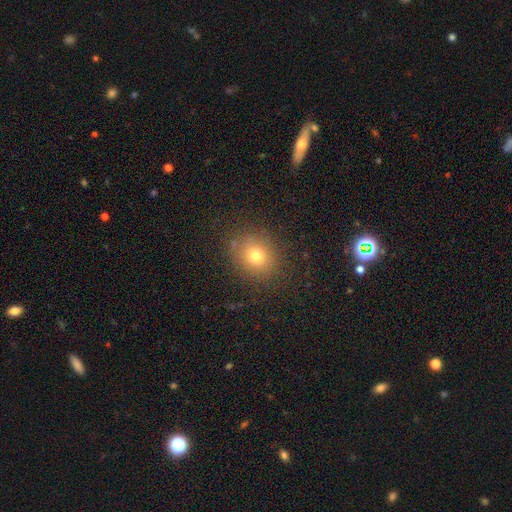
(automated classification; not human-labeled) smooth 75%, star or artifact 15%, featured or disk 11%. Down the decision tree: how rounded — round (69%); merging — none (84%).